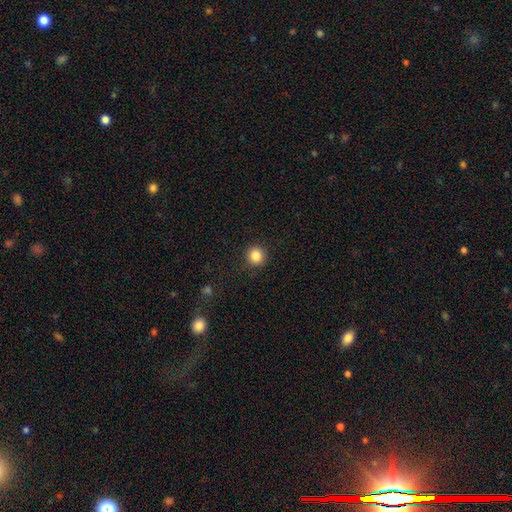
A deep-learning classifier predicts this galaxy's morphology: type=smooth (85%); roundness=round (92%); merging=none (91%).